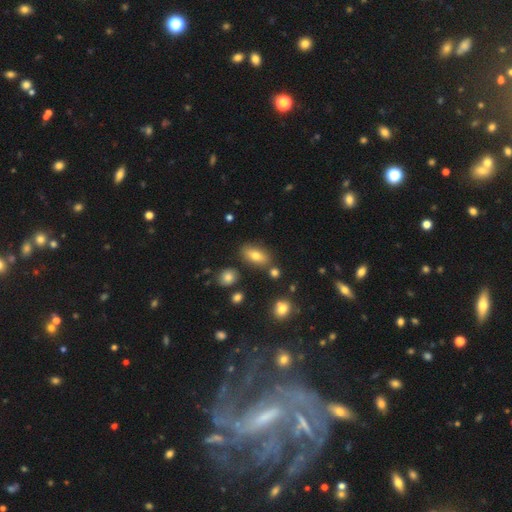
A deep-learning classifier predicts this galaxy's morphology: A smooth galaxy with no disk features (73%) that is in between round and cigar-shaped (84%). Merging: none (79%).